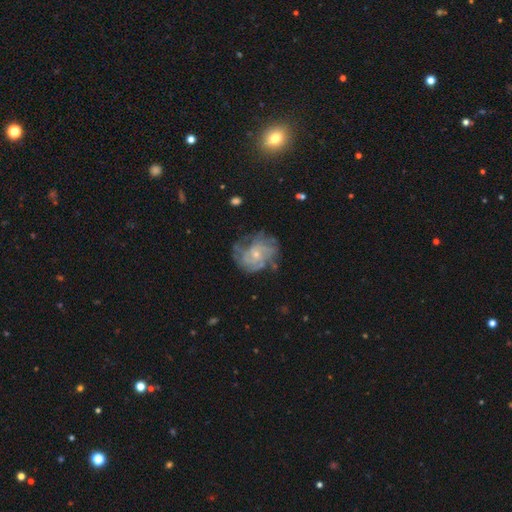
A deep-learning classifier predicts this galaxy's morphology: type=featured or disk (78%); edge-on=no (98%); bar=no (74%); spiral arms=yes (88%); winding=tight (54%); arm count=can't tell (45%); bulge=small (67%); merging=none (62%).